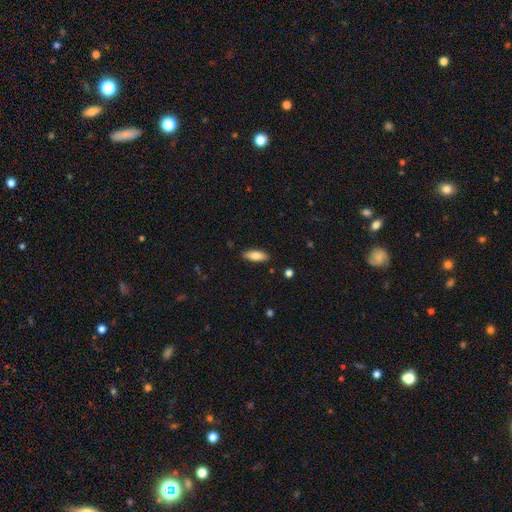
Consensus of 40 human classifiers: This appears to be a smooth galaxy with no disk features (88%) that is in between round and cigar-shaped (80%). Merging: none (92%).